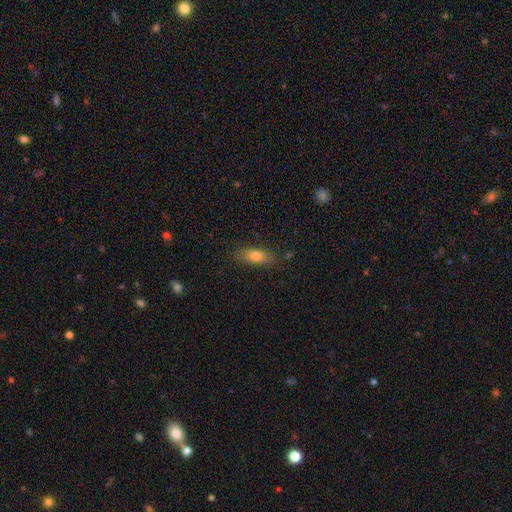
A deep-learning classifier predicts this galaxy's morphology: The model was most divided on "how rounded": in between: 68%, cigar-shaped: 28%, round: 4%. More confident: merging — none (82%); smooth or featured — smooth (73%).